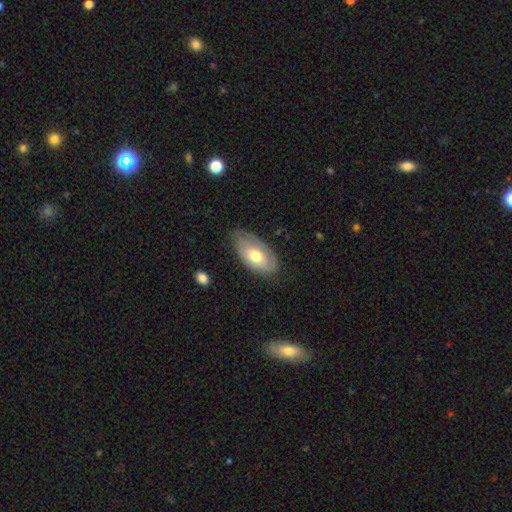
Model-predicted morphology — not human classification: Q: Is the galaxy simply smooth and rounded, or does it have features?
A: smooth — 58%.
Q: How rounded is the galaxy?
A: in between — 93%.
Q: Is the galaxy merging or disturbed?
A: none — 65%.